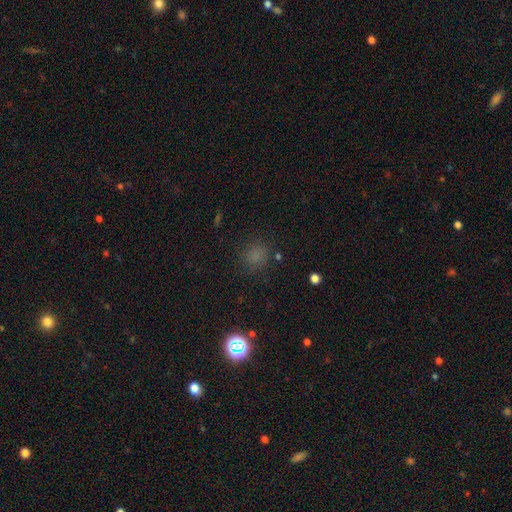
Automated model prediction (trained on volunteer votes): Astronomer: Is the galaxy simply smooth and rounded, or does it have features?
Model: smooth — 69%.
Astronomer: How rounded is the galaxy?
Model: round — 82%.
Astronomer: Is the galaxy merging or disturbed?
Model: none — 80%.